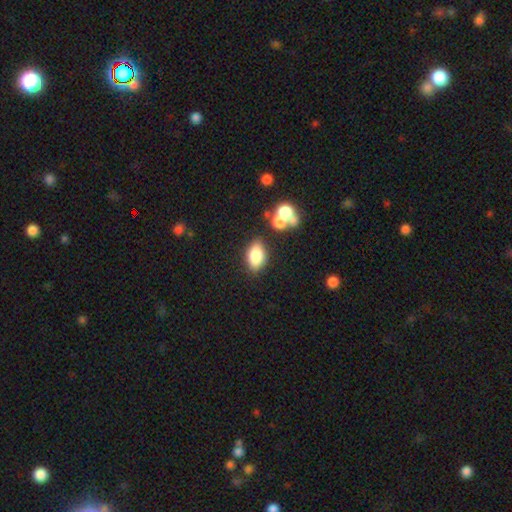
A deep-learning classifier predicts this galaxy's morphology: A smooth galaxy with no disk features (82%) that is in between round and cigar-shaped (89%). Merging: none (74%).